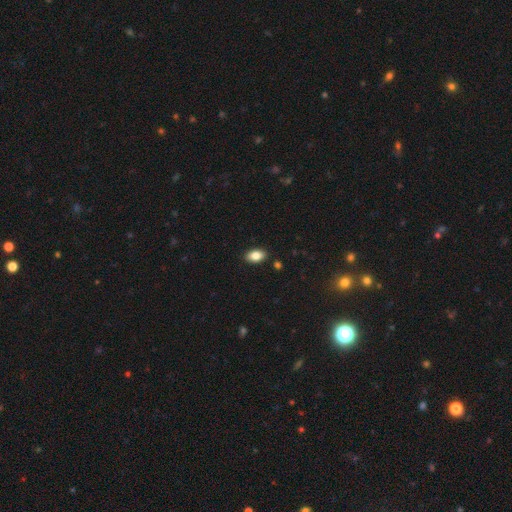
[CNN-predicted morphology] Q: Smooth or featured?
A: smooth (84%); runner-up: star or artifact (8%)
Q: How rounded?
A: in between (91%); runner-up: round (7%)
Q: Merging?
A: none (89%); runner-up: minor disturbance (8%)